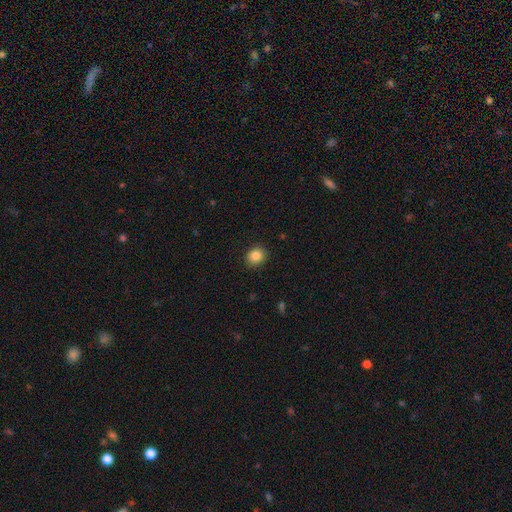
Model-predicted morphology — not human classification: Overall: smooth (86%). How rounded: round (70%). Merging: none (89%).